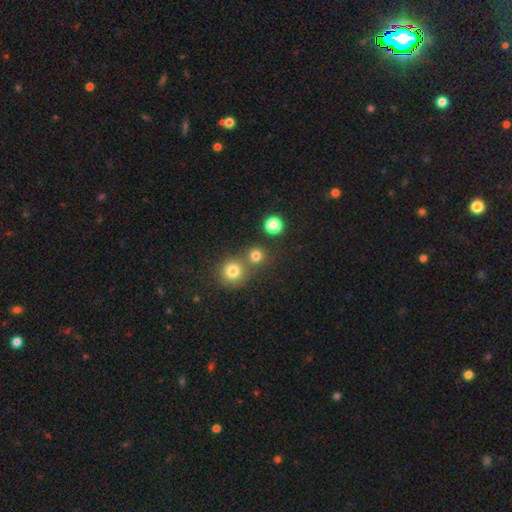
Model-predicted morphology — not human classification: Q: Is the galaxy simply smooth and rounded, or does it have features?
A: smooth — 78%.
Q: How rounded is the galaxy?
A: round — 91%.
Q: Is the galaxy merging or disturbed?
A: none — 66%.